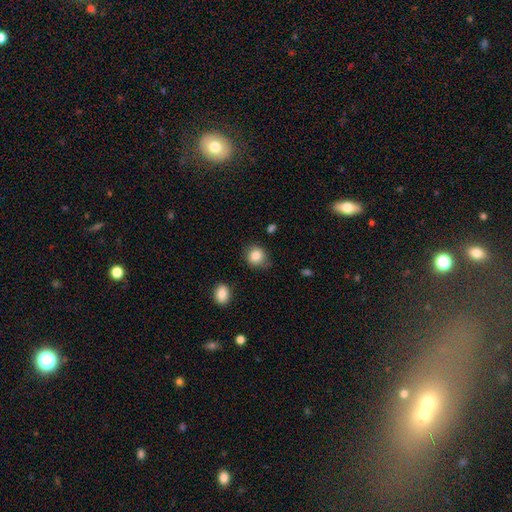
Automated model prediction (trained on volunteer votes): Overall: smooth (85%). How rounded: round (81%). Merging: none (76%).